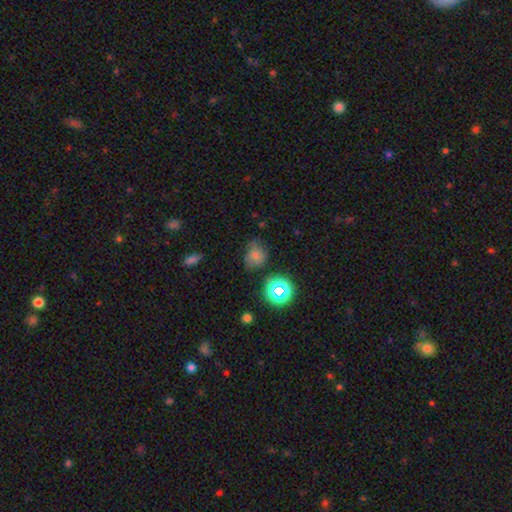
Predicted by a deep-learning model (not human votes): smooth-or-featured: smooth: 65% | star or artifact: 21% | featured or disk: 15%
  how-rounded: round: 58% | in between: 41% | cigar-shaped: 1%
  merging: none: 53% | minor disturbance: 31% | major disturbance: 13% | merger: 3%